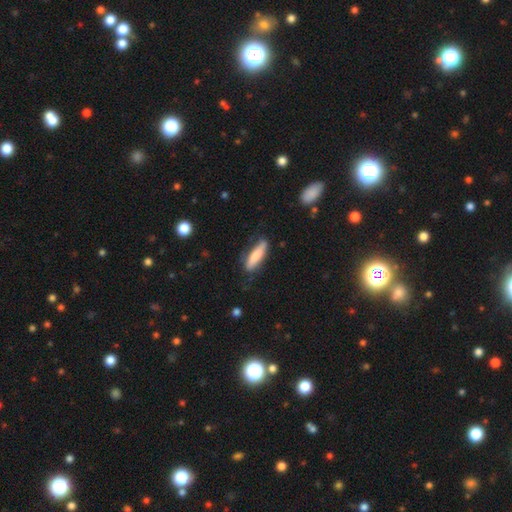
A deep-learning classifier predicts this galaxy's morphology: A smooth galaxy with no disk features (77%) that is cigar-shaped (67%).

Vote fractions:
- Smooth or featured? smooth: 77% / featured or disk: 17% / star or artifact: 6%
- How rounded? cigar-shaped: 67% / in between: 31% / round: 2%
- Merging? none: 73% / minor disturbance: 20% / major disturbance: 5% / merger: 2%